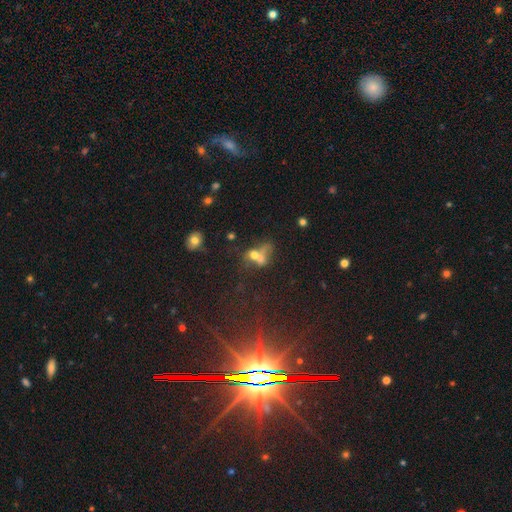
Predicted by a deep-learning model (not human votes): This appears to be a smooth galaxy with no disk features (52%) that is in between round and cigar-shaped (55%). Merging: merger (58%).